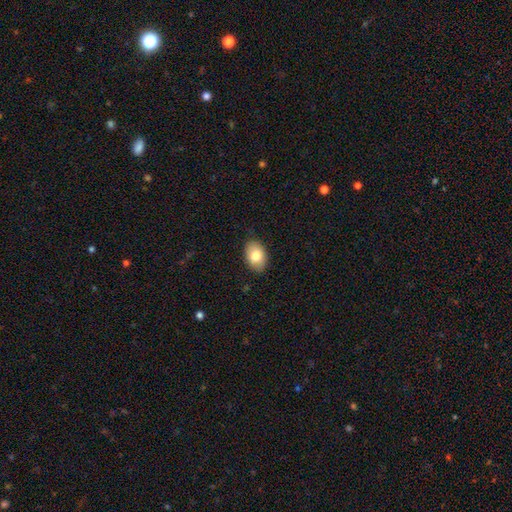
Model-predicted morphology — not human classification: Smooth or featured: smooth — 80% (featured or disk — 13%)
How rounded: in between — 84% (round — 15%)
Merging: none — 86% (minor disturbance — 11%)